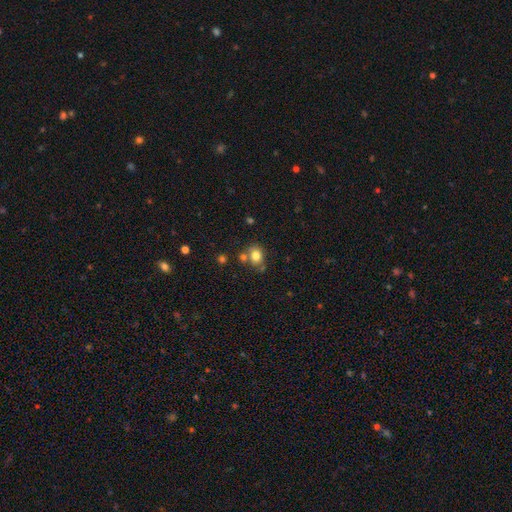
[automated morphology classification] Smooth or featured?
  - smooth: 78% *
  - star or artifact: 12%
  - featured or disk: 10%
How rounded?
  - round: 61% *
  - in between: 38%
  - cigar-shaped: 1%
Merging?
  - none: 57% *
  - merger: 22%
  - minor disturbance: 16%
  - major disturbance: 5%